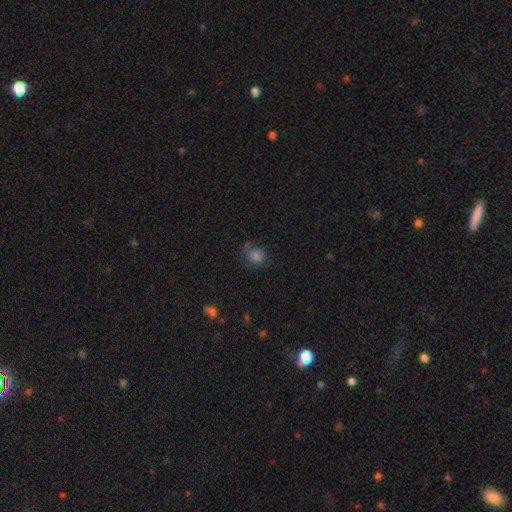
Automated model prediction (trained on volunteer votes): Smooth or featured? Predicted: smooth (p=0.75). How rounded? Predicted: round (p=0.75). Merging? Predicted: none (p=0.56).